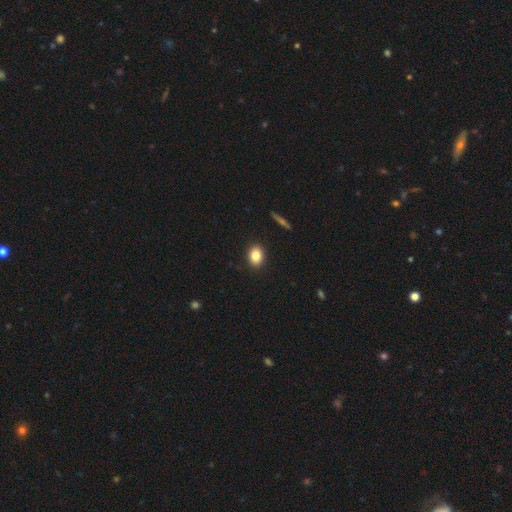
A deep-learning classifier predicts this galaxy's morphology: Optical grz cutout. It shows a smooth galaxy with no disk features (84%) that is in between round and cigar-shaped (63%). Merging: none (90%).